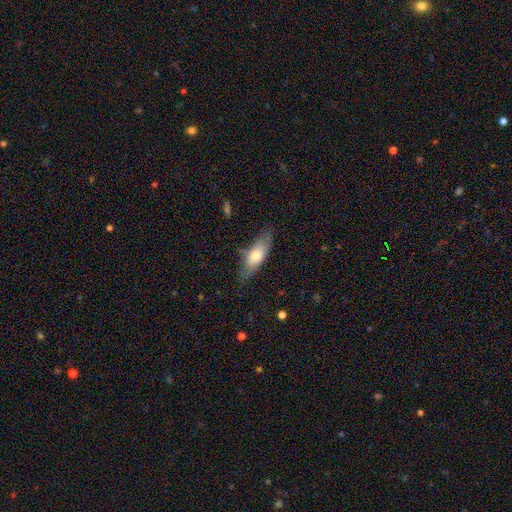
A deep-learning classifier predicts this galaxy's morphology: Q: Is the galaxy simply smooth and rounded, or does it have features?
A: smooth — 68%.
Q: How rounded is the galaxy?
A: in between — 66%.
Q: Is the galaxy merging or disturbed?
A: none — 67%.